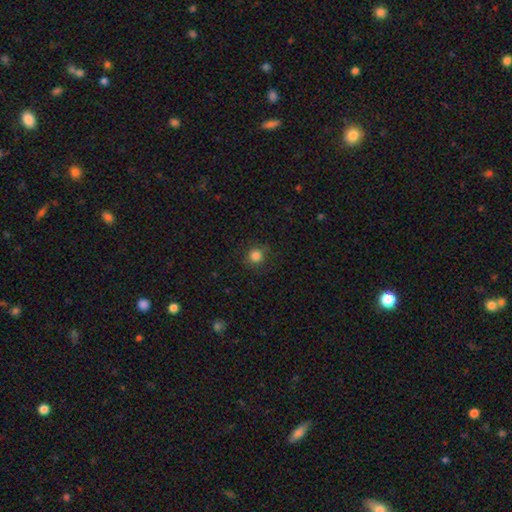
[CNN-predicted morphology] A smooth galaxy with no disk features (84%) that is round (93%). Merging: none (87%).